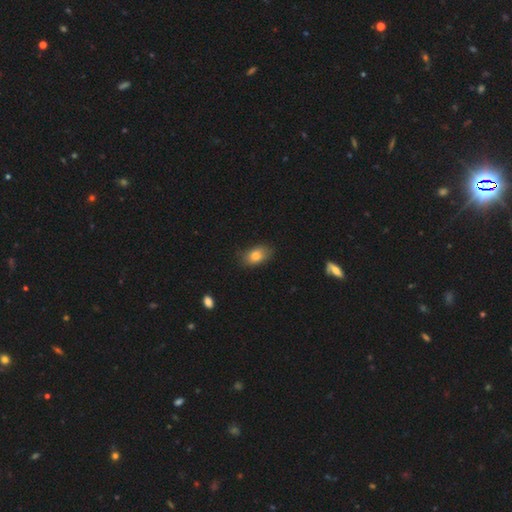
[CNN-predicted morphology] A smooth galaxy with no disk features (81%) that is in between round and cigar-shaped (86%).

Vote fractions:
- Smooth or featured? smooth: 81% / featured or disk: 10% / star or artifact: 8%
- How rounded? in between: 86% / round: 12% / cigar-shaped: 2%
- Merging? none: 76% / minor disturbance: 20% / major disturbance: 4% / merger: 1%